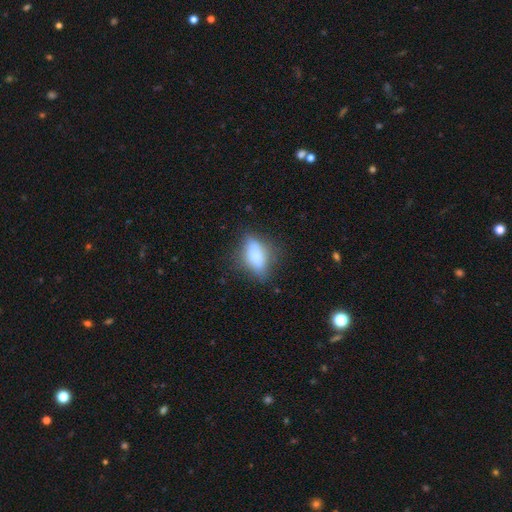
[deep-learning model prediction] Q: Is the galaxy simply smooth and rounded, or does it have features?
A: smooth — 65%.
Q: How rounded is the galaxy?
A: in between — 74%.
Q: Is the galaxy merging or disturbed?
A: none — 67%.